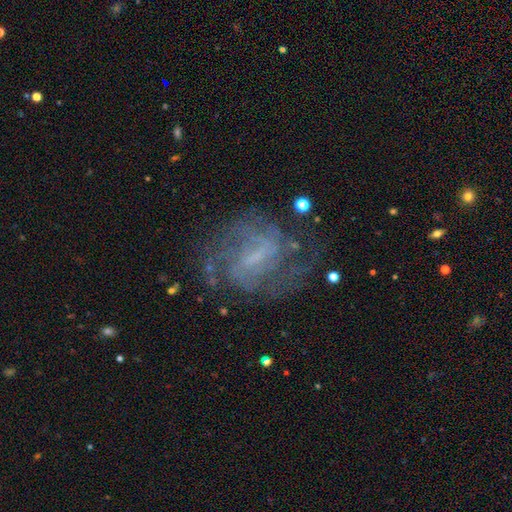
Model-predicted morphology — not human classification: featured or disk 81%, star or artifact 10%, smooth 9%. Down the decision tree: edge-on disk — no (97%); bar — weak (50%); spiral arms — yes (91%); spiral arm count — 2 (45%); spiral winding — medium (47%); bulge size — small (40%, tied with none); merging — none (65%).